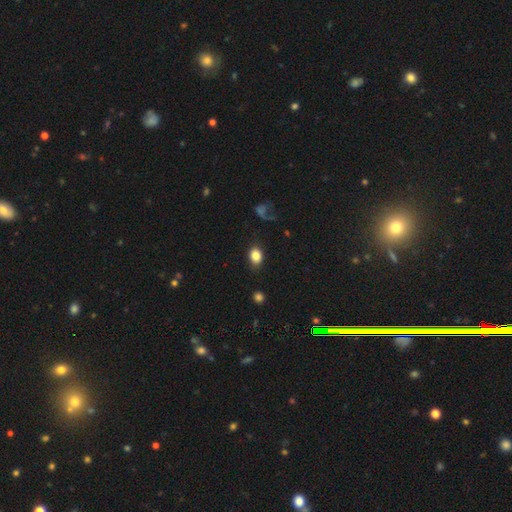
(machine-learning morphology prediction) smooth 84%, star or artifact 9%, featured or disk 7%. Down the decision tree: how rounded — in between (67%); merging — none (83%).